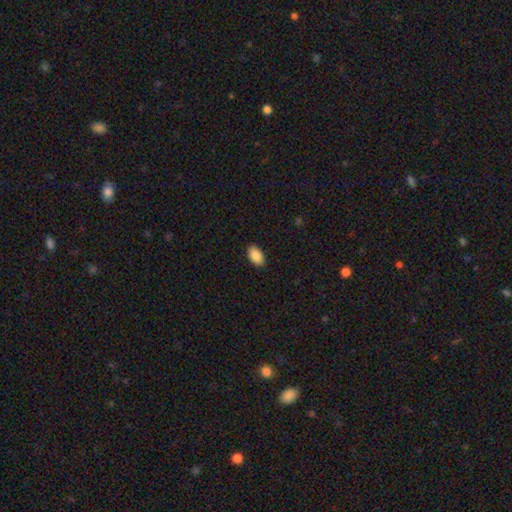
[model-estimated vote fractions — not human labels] A smooth galaxy with no disk features (89%) that is in between round and cigar-shaped (95%). Merging: none (89%).